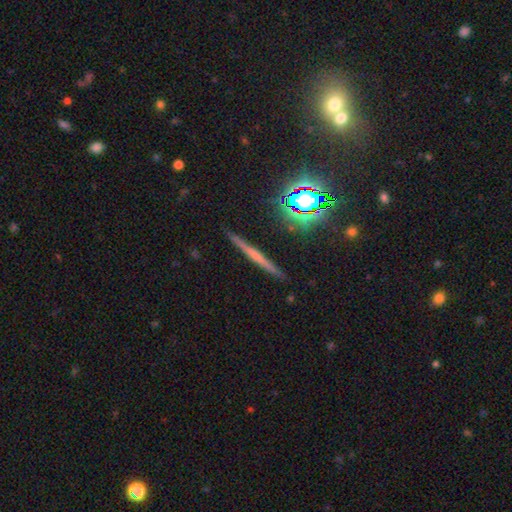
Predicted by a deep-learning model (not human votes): The model was most divided on "smooth or featured": featured or disk: 52%, smooth: 33%, star or artifact: 15%. More confident: edge-on disk — yes (97%); merging — none (89%); edge-on bulge — none (68%).